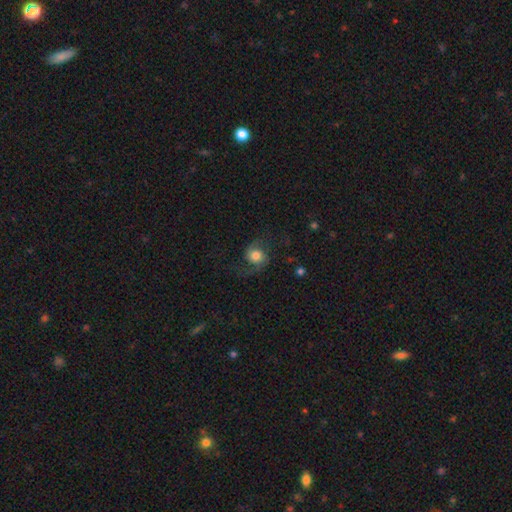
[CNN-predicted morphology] This appears to be a featured or disk galaxy (57%) with no bar (71%), 2 (88%) loose (65%) spiral arms (92%) and a moderate central bulge (42%). Merging: none (63%).